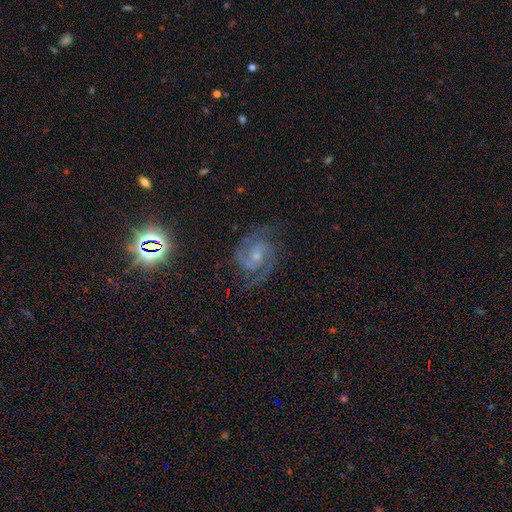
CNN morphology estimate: A featured or disk galaxy (87%) with no bar (59%), 2 (83%) medium (50%) spiral arms (98%) and a small central bulge (60%). Merging: none (75%).